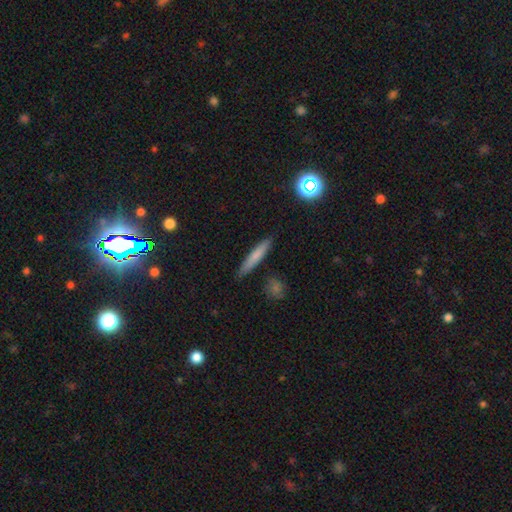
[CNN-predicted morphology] smooth 71%, featured or disk 21%, star or artifact 8%. Down the decision tree: how rounded — cigar-shaped (91%); merging — none (87%).